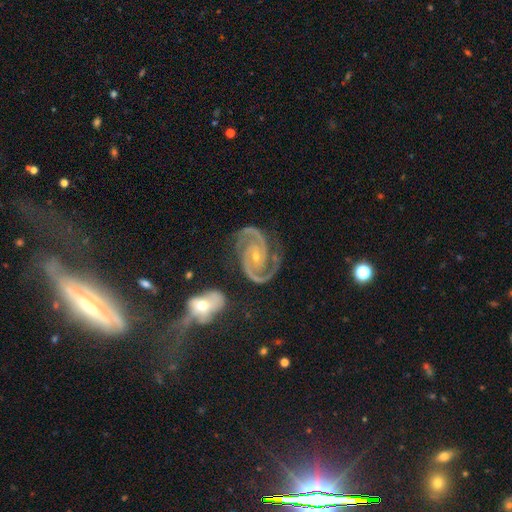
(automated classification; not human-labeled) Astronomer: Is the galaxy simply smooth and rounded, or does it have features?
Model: featured or disk — 93%.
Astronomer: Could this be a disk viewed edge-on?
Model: no — 98%.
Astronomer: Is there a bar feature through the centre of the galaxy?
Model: no — 62%.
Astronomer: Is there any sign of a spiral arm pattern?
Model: yes — 99%.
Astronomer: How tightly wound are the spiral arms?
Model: medium — 51% (runner-up: tight, 41%).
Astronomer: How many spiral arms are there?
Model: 2 — 92%.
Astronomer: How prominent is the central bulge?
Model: small — 69%.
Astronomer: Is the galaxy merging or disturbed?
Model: none — 73%.